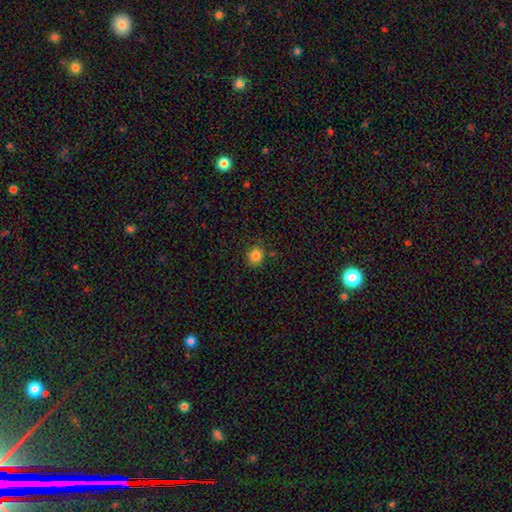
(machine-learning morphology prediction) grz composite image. It shows a smooth galaxy with no disk features (84%) that is round (81%). Merging: none (84%).